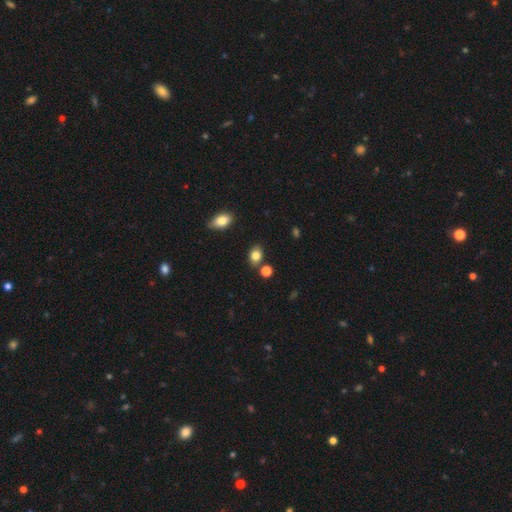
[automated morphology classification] Smooth or featured? Predicted: smooth (p=0.83). How rounded? Predicted: in between (p=0.67). Merging? Predicted: none (p=0.77).